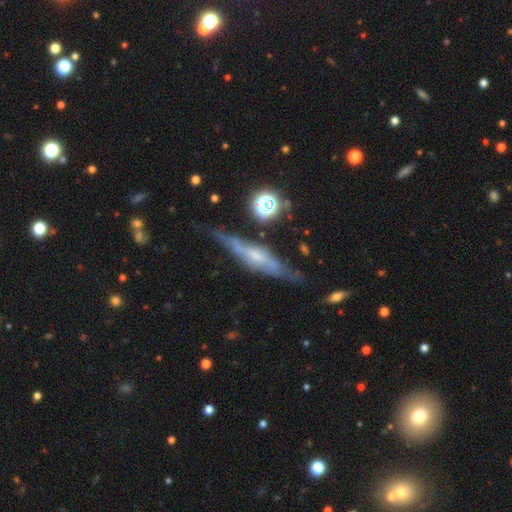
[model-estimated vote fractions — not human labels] This appears to be a featured or disk galaxy (66%) viewed edge-on (86%) with a rounded central bulge (45%). Merging: none (67%).